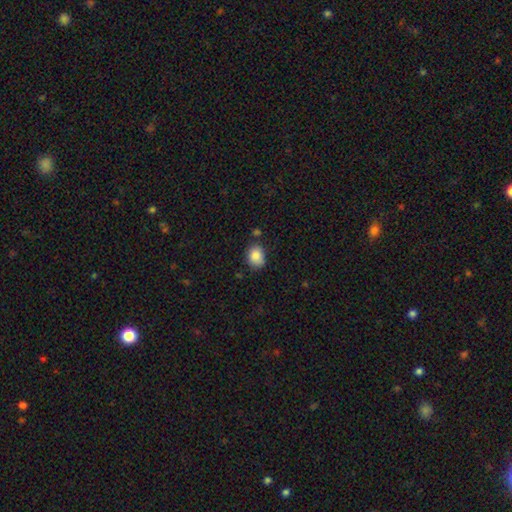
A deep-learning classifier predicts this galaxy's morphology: Smooth or featured?
  - smooth: 86% *
  - star or artifact: 8%
  - featured or disk: 5%
How rounded?
  - in between: 58% *
  - round: 41%
  - cigar-shaped: 1%
Merging?
  - none: 71% *
  - minor disturbance: 20%
  - merger: 5%
  - major disturbance: 4%